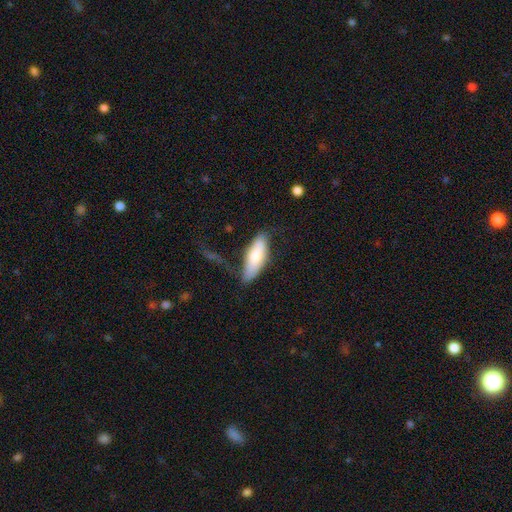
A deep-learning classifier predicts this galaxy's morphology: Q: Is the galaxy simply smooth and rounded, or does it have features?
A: smooth — 74%.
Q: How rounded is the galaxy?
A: in between — 68%.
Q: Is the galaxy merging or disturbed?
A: none — 54%.